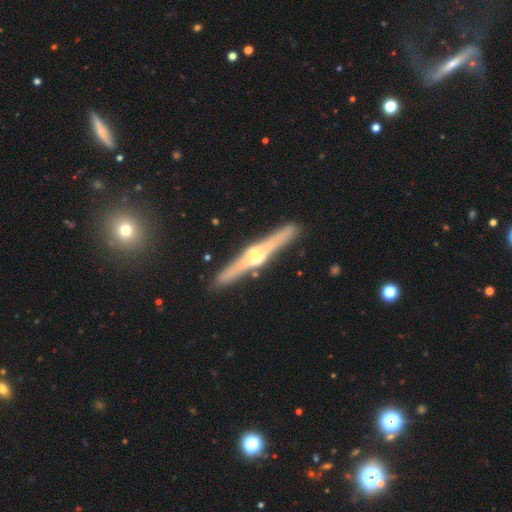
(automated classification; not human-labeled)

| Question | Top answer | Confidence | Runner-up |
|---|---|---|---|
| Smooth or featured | featured or disk | 82% | smooth (13%) |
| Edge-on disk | yes | 98% | no (2%) |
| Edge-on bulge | rounded | 91% | boxy (6%) |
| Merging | none | 91% | minor disturbance (6%) |